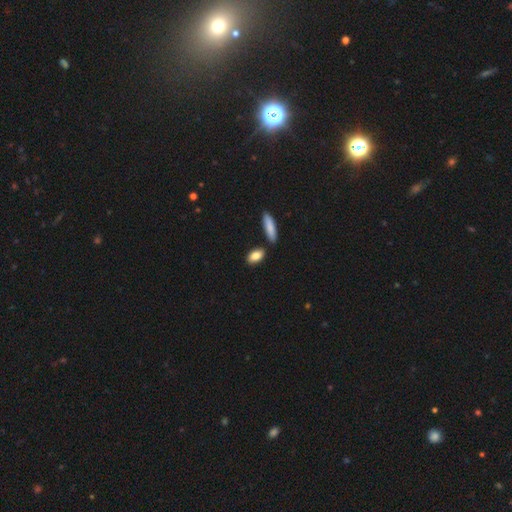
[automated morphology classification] smooth 85%, featured or disk 8%, star or artifact 6%. Down the decision tree: how rounded — in between (84%); merging — none (78%).